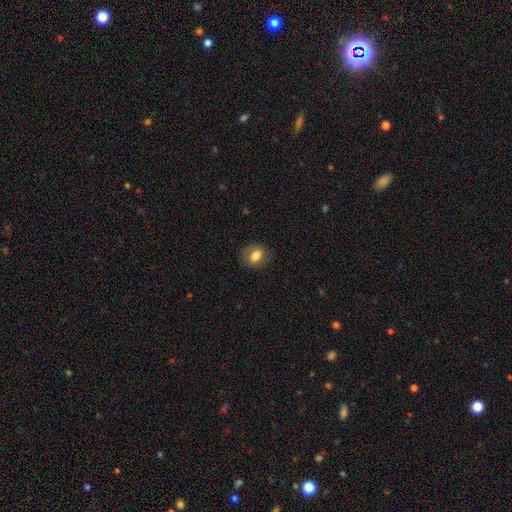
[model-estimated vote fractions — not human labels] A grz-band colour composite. It shows a smooth galaxy with no disk features (80%) that is round (50%). Merging: none (80%).